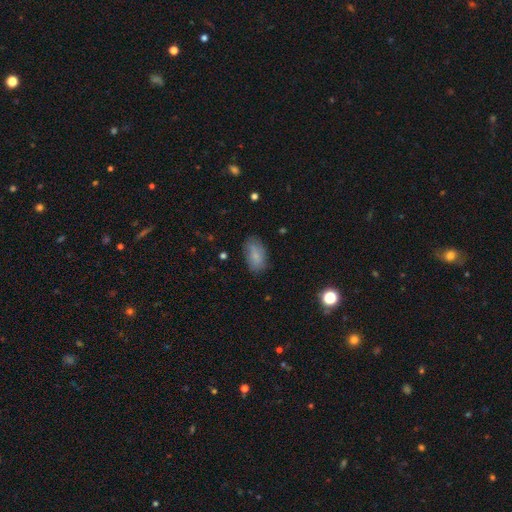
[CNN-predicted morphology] smooth-or-featured: smooth: 78% | featured or disk: 14% | star or artifact: 8%
  how-rounded: in between: 93% | round: 5% | cigar-shaped: 2%
  merging: none: 75% | minor disturbance: 19% | major disturbance: 5% | merger: 1%